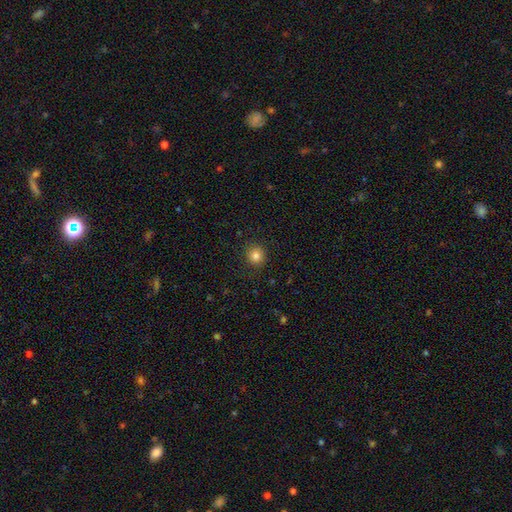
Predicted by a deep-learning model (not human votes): smooth_or_featured: smooth (p=0.83) [alt: star or artifact p=0.12]
how_rounded: round (p=0.91) [alt: in between p=0.08]
merging: none (p=0.90) [alt: minor disturbance p=0.07]